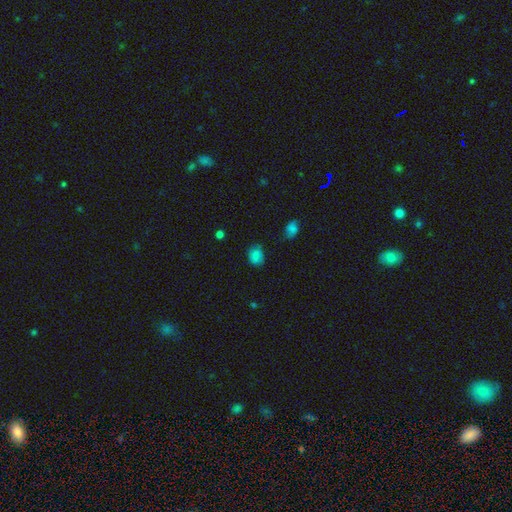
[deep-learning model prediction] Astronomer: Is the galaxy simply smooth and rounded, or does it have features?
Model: smooth — 80%.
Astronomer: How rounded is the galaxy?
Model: in between — 60% (runner-up: round, 39%).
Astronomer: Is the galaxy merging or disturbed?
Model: none — 68%.